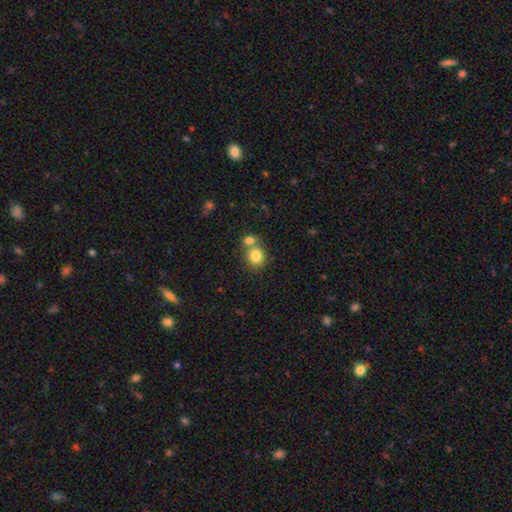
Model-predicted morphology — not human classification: smooth 81%, star or artifact 10%, featured or disk 9%. Down the decision tree: how rounded — round (76%); merging — none (49%).